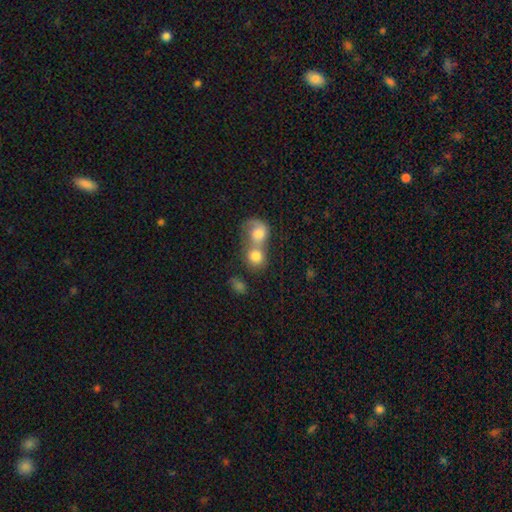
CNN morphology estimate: This is likely a smooth galaxy (72%). How rounded: likely round (70%). Merging: likely merger (72%).